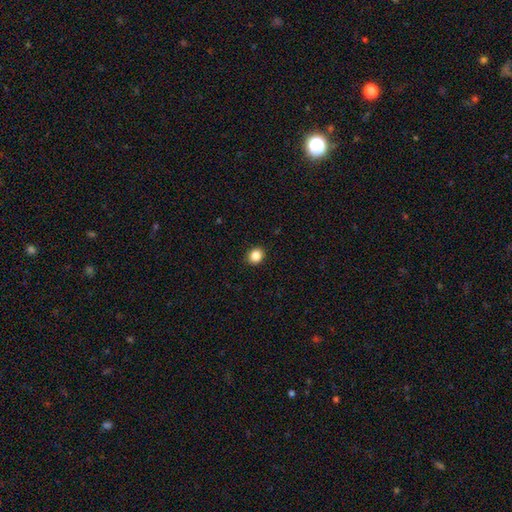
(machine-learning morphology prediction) This appears to be a smooth galaxy with no disk features (86%) that is round (74%). Merging: none (92%).